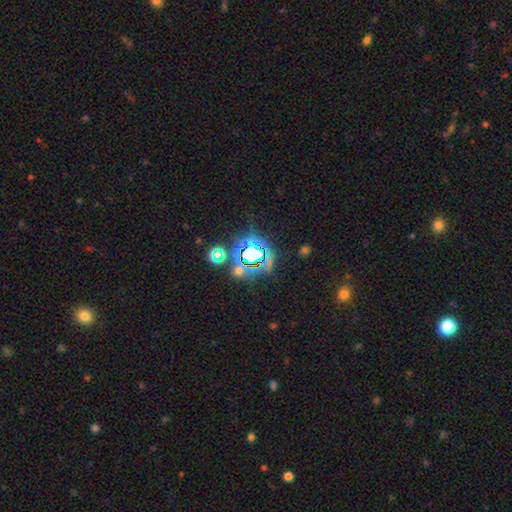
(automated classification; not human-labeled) A star or artifact, not a galaxy (70%).